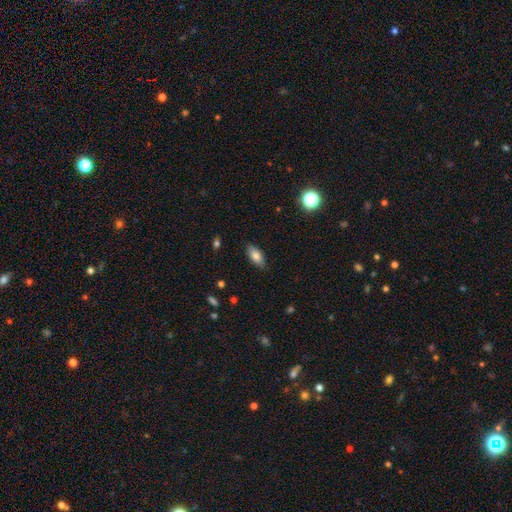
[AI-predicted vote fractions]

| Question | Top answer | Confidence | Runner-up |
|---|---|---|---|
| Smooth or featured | smooth | 79% | featured or disk (12%) |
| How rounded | in between | 86% | cigar-shaped (10%) |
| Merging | none | 87% | minor disturbance (10%) |